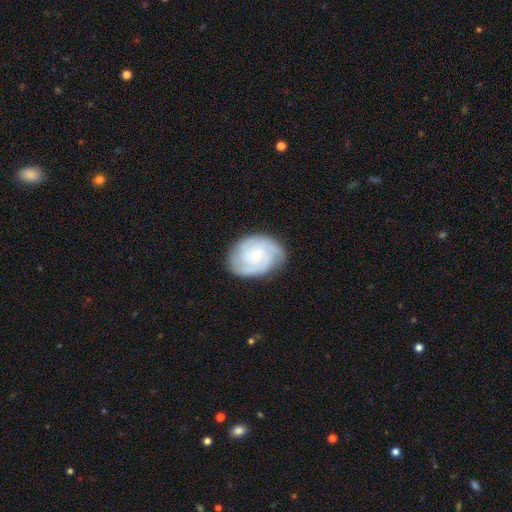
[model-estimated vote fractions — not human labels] A featured or disk galaxy (79%) with no bar (70%), 3 (41%) tight (62%) spiral arms (96%) and a small central bulge (68%).

Vote fractions:
- Smooth or featured? featured or disk: 79% / smooth: 16% / star or artifact: 5%
- Edge-on disk? no: 98% / yes: 2%
- Bar? no: 70% / weak: 26% / strong: 3%
- Spiral arms? yes: 96% / no: 4%
- Spiral winding? tight: 62% / medium: 32% / loose: 6%
- Spiral arm count? 3: 41% / can't tell: 20% / 2: 19% / 4: 11% / 1: 5% / more than 4: 5%
- Bulge size? small: 68% / moderate: 26% / none: 3% / large: 2% / dominant: 1%
- Merging? none: 78% / minor disturbance: 17% / major disturbance: 4% / merger: 1%